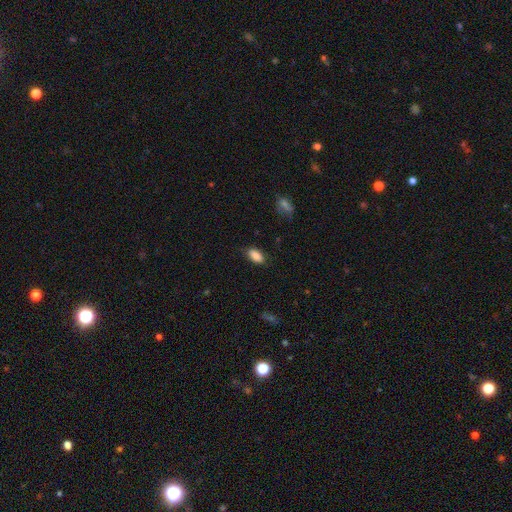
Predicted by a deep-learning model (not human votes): Smooth or featured? Predicted: smooth (p=0.85). How rounded? Predicted: in between (p=0.91). Merging? Predicted: none (p=0.80).